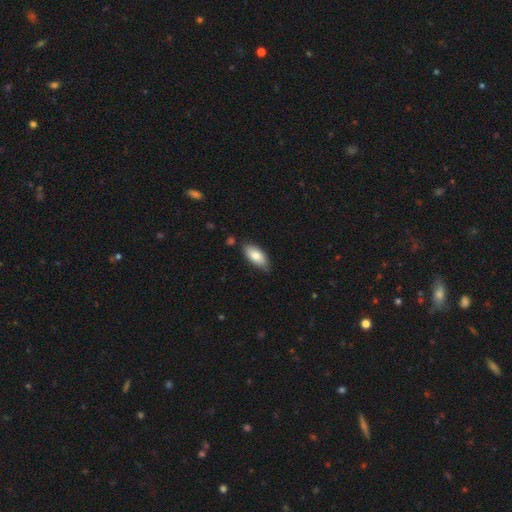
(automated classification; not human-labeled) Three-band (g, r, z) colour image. It shows a smooth galaxy with no disk features (81%) that is in between round and cigar-shaped (88%). Merging: none (79%).